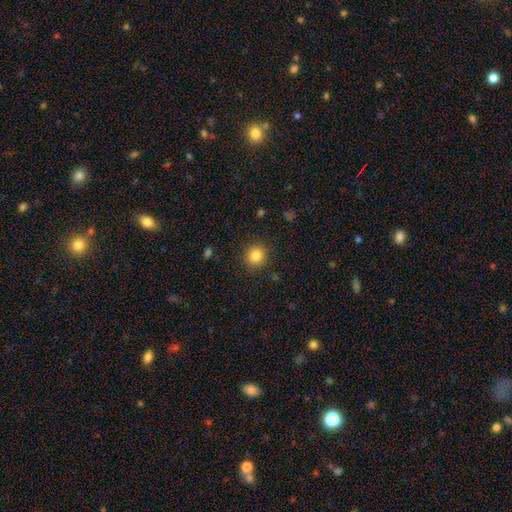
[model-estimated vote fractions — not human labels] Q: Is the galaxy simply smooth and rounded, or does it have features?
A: smooth — 85%.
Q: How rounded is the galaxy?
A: round — 89%.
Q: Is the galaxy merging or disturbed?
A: none — 89%.